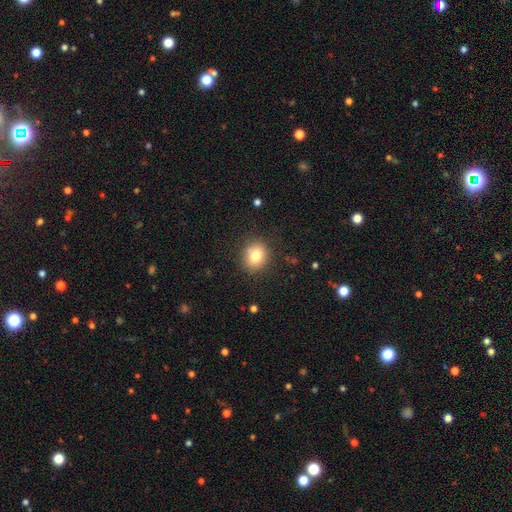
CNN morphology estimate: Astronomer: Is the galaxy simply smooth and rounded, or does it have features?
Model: smooth — 79%.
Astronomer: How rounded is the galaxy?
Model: round — 69%.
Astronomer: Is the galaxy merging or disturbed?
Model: none — 85%.